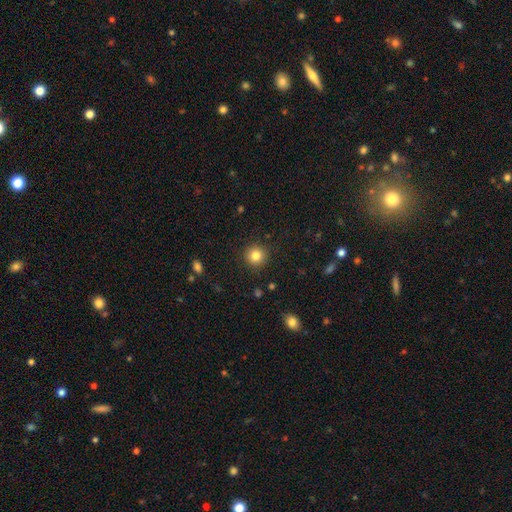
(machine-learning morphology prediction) smooth-or-featured: smooth: 82% | star or artifact: 12% | featured or disk: 6%
  how-rounded: round: 95% | in between: 5% | cigar-shaped: 1%
  merging: none: 91% | minor disturbance: 5% | major disturbance: 2% | merger: 1%